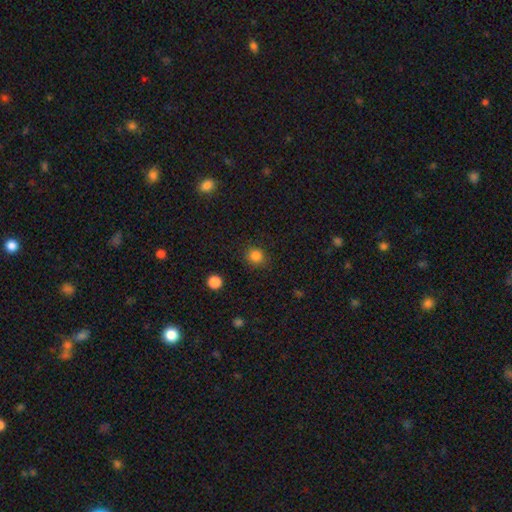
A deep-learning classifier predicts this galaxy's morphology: smooth 84%, star or artifact 13%, featured or disk 4%. Down the decision tree: how rounded — round (82%); merging — none (86%).